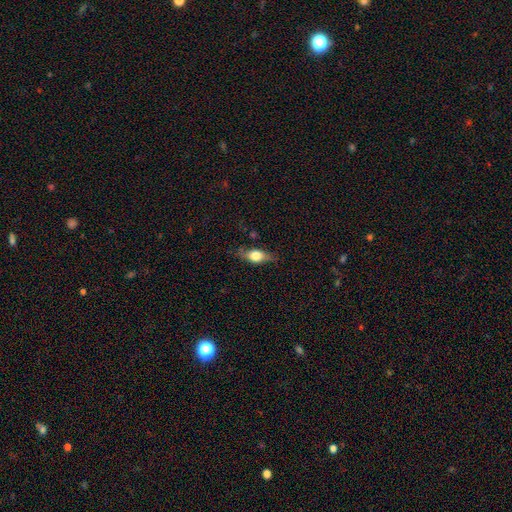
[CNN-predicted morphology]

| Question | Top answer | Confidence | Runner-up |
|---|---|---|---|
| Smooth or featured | smooth | 58% | featured or disk (34%) |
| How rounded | in between | 69% | cigar-shaped (20%) |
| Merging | none | 74% | minor disturbance (20%) |